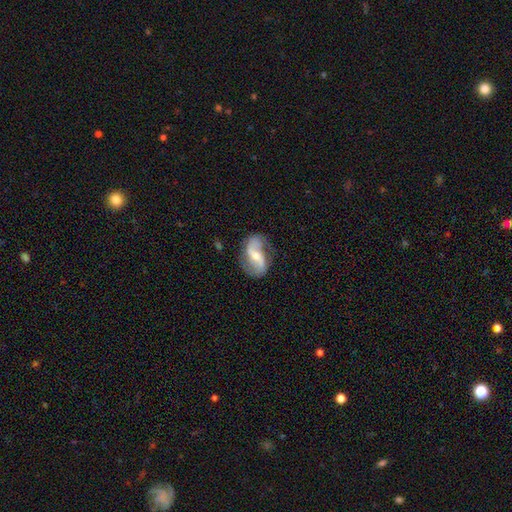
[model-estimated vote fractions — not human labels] Smooth or featured? featured or disk (79%)
Edge-on disk? no (97%)
Bar? weak (43%)
Spiral arms? yes (93%)
Spiral winding? loose (63%)
Spiral arm count? 2 (90%)
Bulge size? small (47%)
Merging? none (70%)